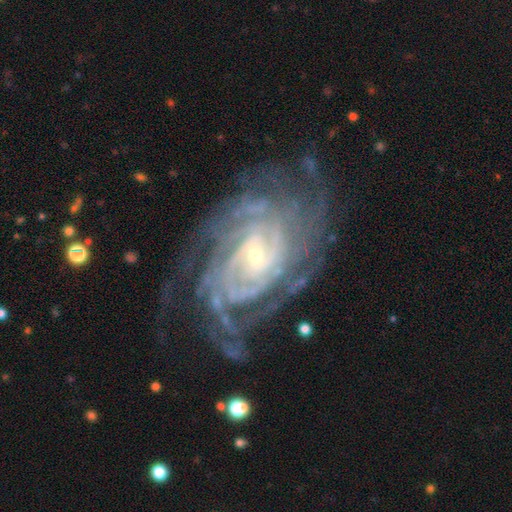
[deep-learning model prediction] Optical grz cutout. It shows a featured or disk galaxy (92%) with a weak bar (41%), 4 (25%) tight (77%) spiral arms (98%) and a small central bulge (77%). Merging: none (71%).